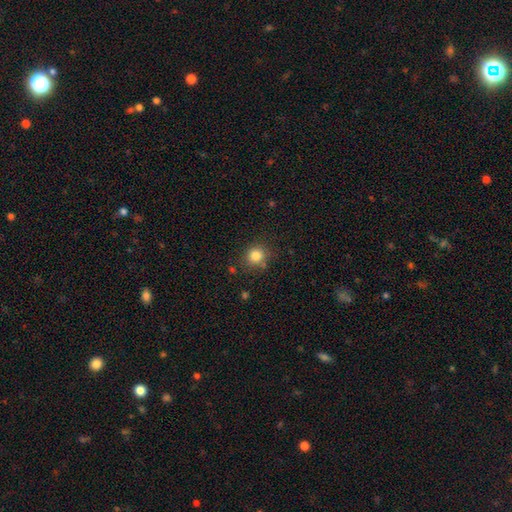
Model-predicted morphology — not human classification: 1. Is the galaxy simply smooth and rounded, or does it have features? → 82% smooth, 12% star or artifact, 6% featured or disk.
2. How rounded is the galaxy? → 86% round, 13% in between, 1% cigar-shaped.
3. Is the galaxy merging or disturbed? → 81% none, 11% minor disturbance, 4% merger, 3% major disturbance.